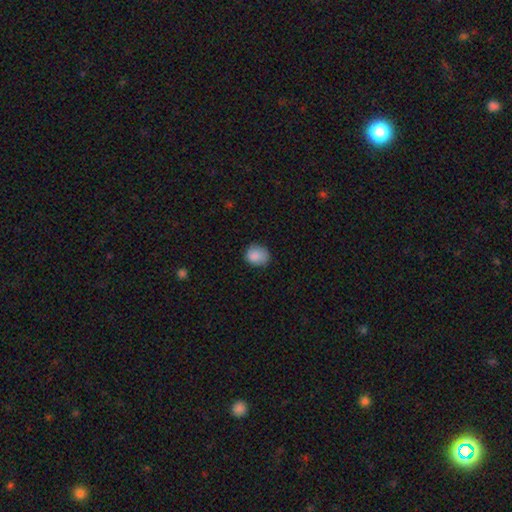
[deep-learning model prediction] The model was most divided on "how rounded": round: 64%, in between: 35%, cigar-shaped: 1%. More confident: smooth or featured — smooth (87%); merging — none (76%).